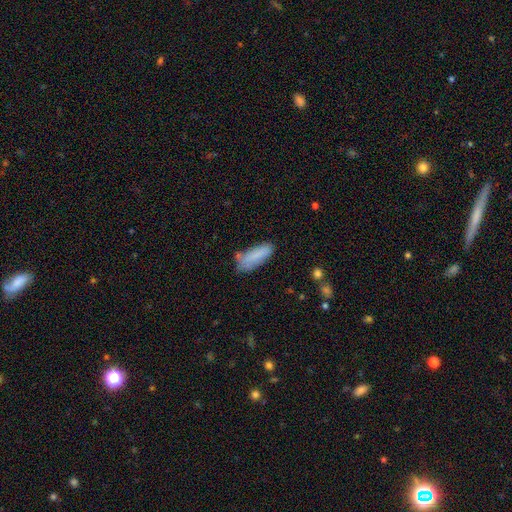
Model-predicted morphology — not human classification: smooth_or_featured: smooth (p=0.82) [alt: featured or disk p=0.11]
how_rounded: in between (p=0.57) [alt: cigar-shaped p=0.42]
merging: none (p=0.58) [alt: minor disturbance p=0.28]